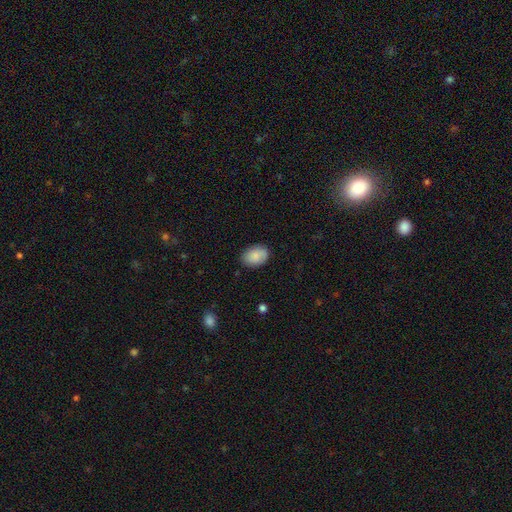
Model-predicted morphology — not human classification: A smooth galaxy with no disk features (88%) that is in between round and cigar-shaped (80%). Merging: none (84%).